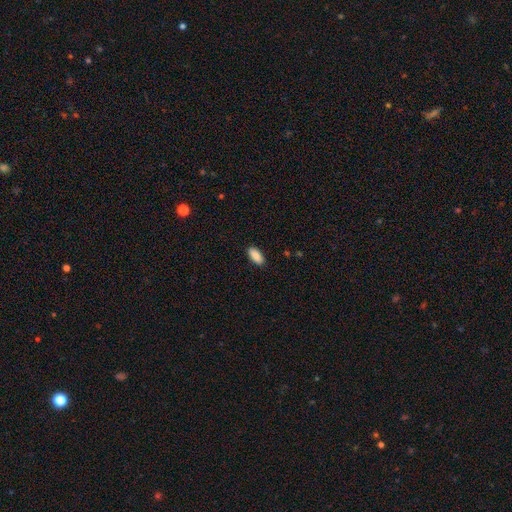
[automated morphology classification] This is clearly a smooth galaxy (90%). How rounded: clearly in between (88%). Merging: clearly none (89%).